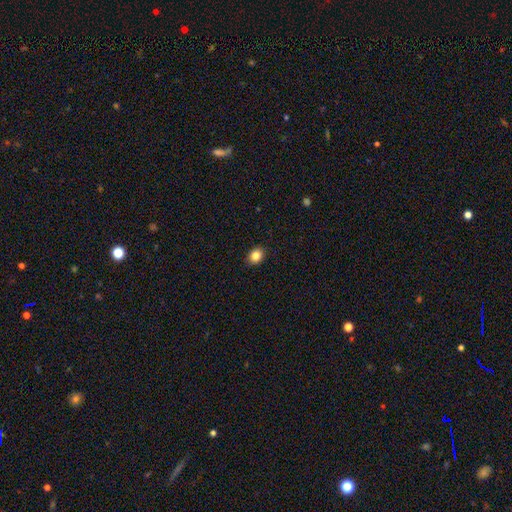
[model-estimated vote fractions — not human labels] Morphology: type=smooth (85%); roundness=in between (52%); merging=none (90%).